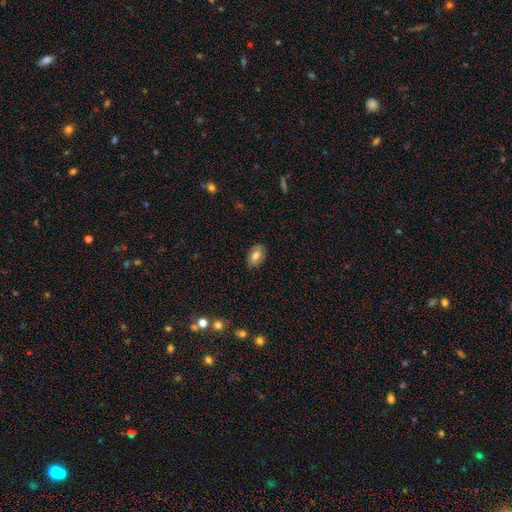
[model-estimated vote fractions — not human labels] Smooth or featured: smooth — 74% (featured or disk — 18%)
How rounded: in between — 90% (round — 8%)
Merging: none — 84% (minor disturbance — 12%)